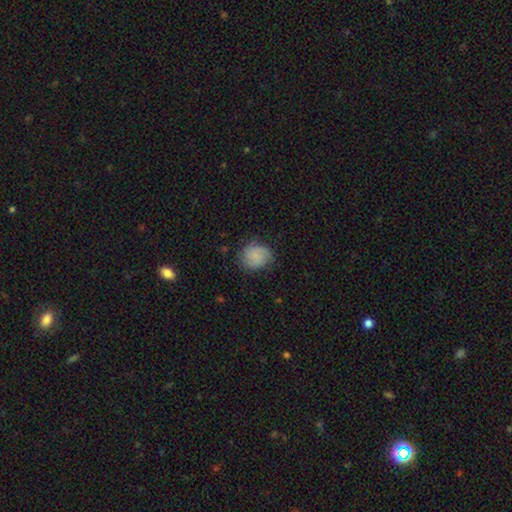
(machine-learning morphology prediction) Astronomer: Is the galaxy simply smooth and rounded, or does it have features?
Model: smooth — 66%.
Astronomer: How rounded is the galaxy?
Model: round — 67%.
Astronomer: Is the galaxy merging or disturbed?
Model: none — 72%.